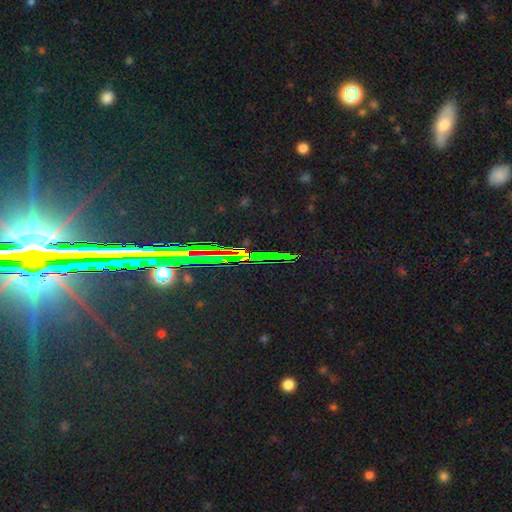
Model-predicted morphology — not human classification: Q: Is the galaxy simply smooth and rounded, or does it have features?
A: star or artifact — 84%.